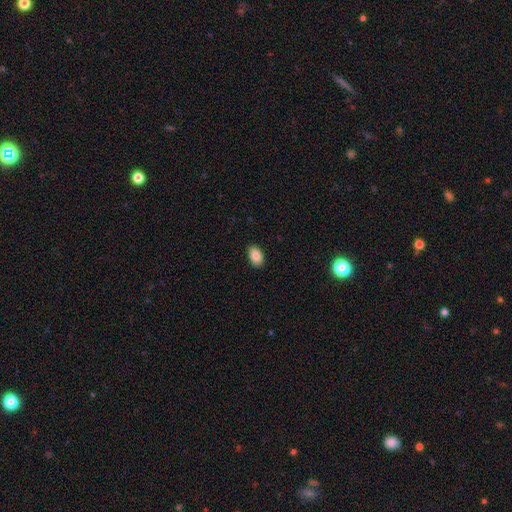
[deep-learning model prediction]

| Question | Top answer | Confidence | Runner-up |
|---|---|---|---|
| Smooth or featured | smooth | 85% | star or artifact (8%) |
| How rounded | in between | 90% | round (9%) |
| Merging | none | 90% | minor disturbance (8%) |